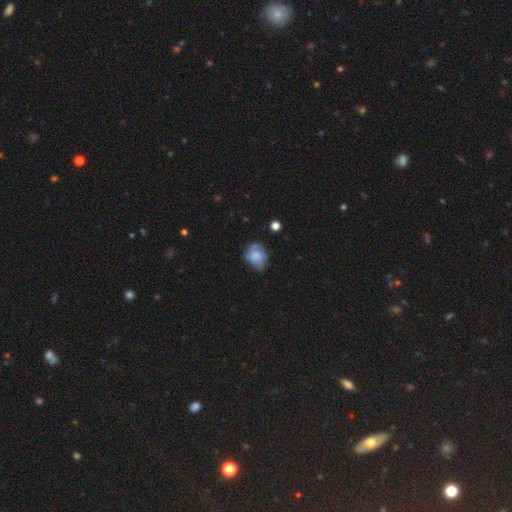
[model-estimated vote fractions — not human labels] Morphology: type=smooth (68%); roundness=round (55%); merging=none (53%).